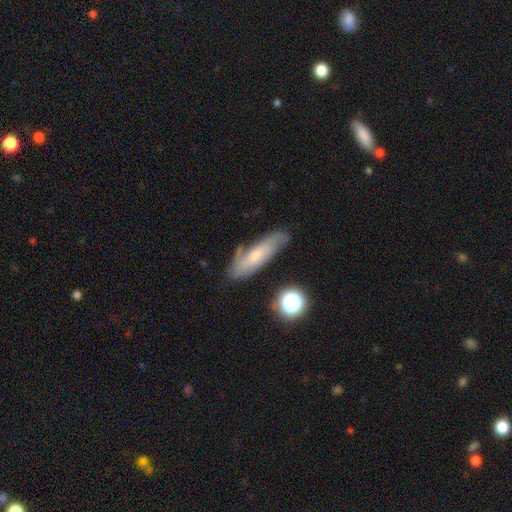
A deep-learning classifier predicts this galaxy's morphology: Q: Smooth or featured?
A: featured or disk (49%); runner-up: smooth (40%)
Q: Merging?
A: none (65%); runner-up: minor disturbance (22%)